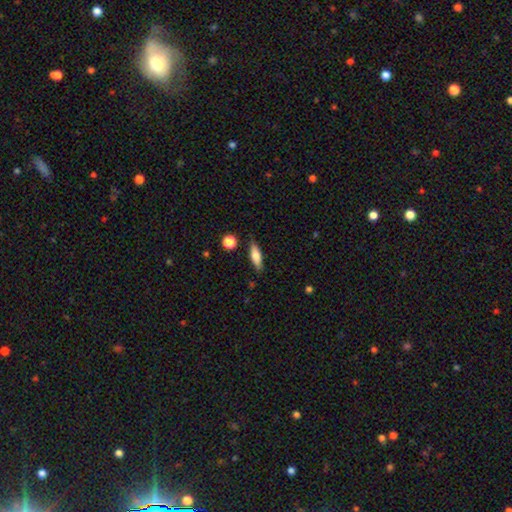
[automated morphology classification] Smooth or featured?
  - smooth: 67% *
  - featured or disk: 25%
  - star or artifact: 7%
How rounded?
  - in between: 50% *
  - cigar-shaped: 47%
  - round: 3%
Merging?
  - none: 83% *
  - minor disturbance: 12%
  - merger: 3%
  - major disturbance: 3%